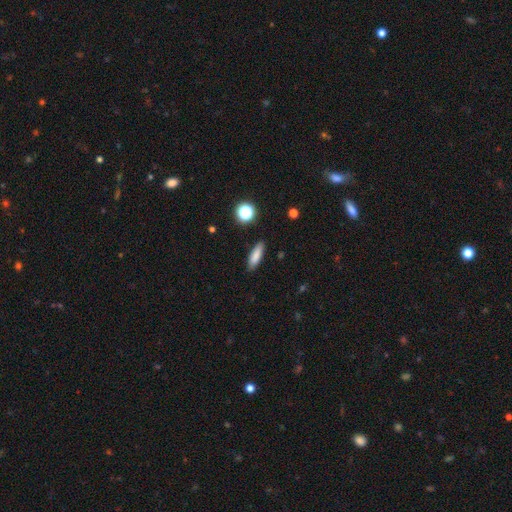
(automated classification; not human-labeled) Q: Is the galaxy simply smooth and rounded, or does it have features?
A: smooth — 82%.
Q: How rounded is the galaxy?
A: cigar-shaped — 55%.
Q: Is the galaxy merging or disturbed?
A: none — 87%.